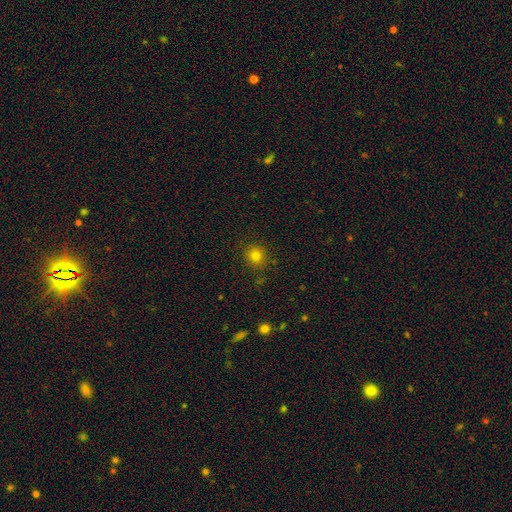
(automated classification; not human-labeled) smooth_or_featured: smooth (p=0.79) [alt: star or artifact p=0.15]
how_rounded: round (p=0.89) [alt: in between p=0.11]
merging: none (p=0.87) [alt: minor disturbance p=0.09]